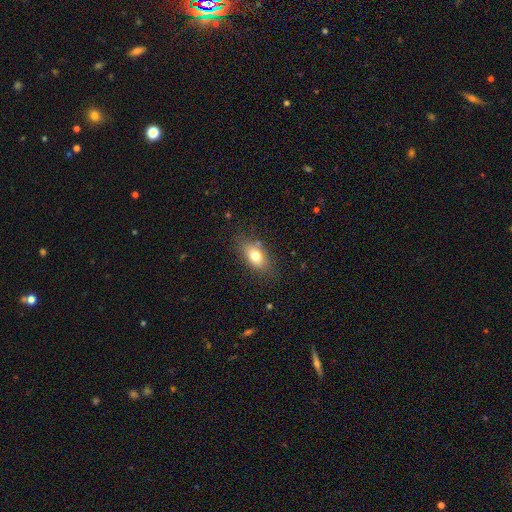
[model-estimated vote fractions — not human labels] Smooth or featured? smooth (75%)
How rounded? in between (85%)
Merging? none (79%)